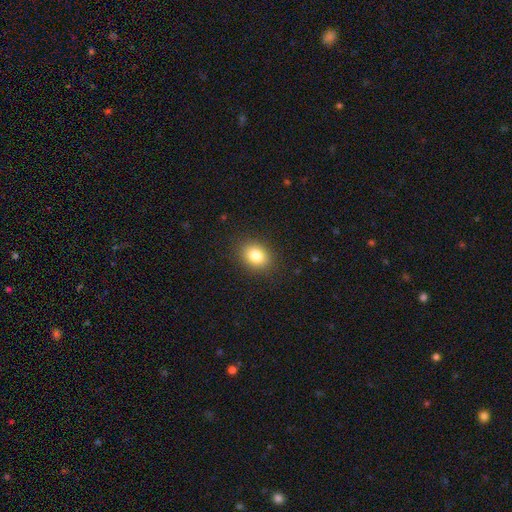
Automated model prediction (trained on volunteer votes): This appears to be a smooth galaxy with no disk features (82%) that is in between round and cigar-shaped (57%). Merging: none (88%).